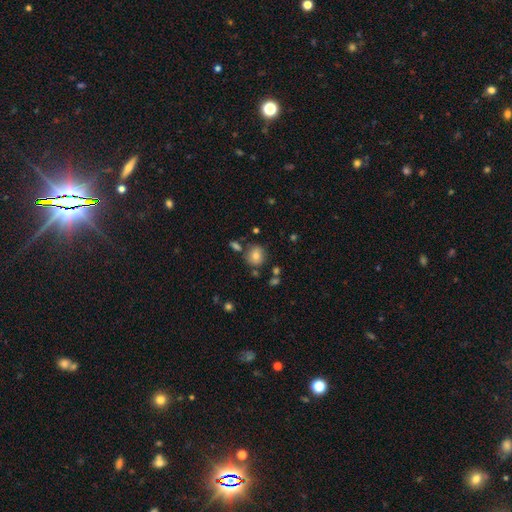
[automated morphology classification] This appears to be a smooth galaxy with no disk features (77%) that is round (82%). Merging: none (76%).